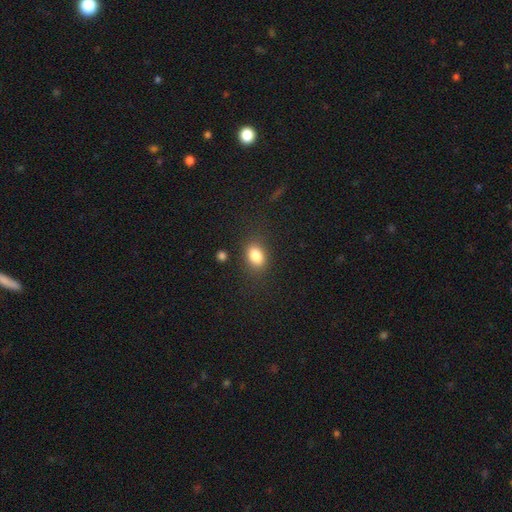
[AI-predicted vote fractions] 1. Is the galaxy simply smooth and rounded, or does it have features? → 84% smooth, 9% star or artifact, 6% featured or disk.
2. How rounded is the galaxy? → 77% in between, 22% round, 2% cigar-shaped.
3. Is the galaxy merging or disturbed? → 80% none, 12% minor disturbance, 5% major disturbance, 3% merger.